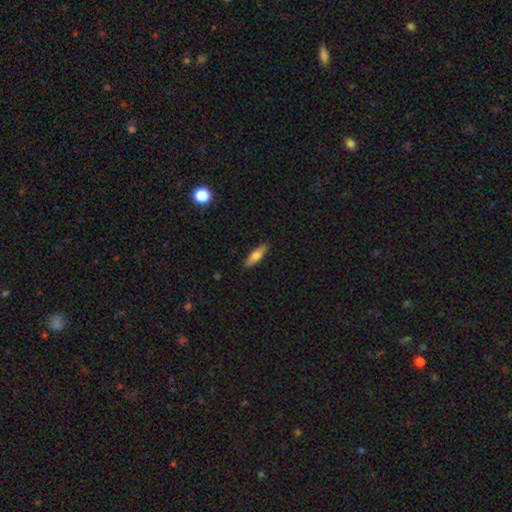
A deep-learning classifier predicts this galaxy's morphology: Smooth or featured? smooth (70%)
How rounded? cigar-shaped (54%)
Merging? none (87%)